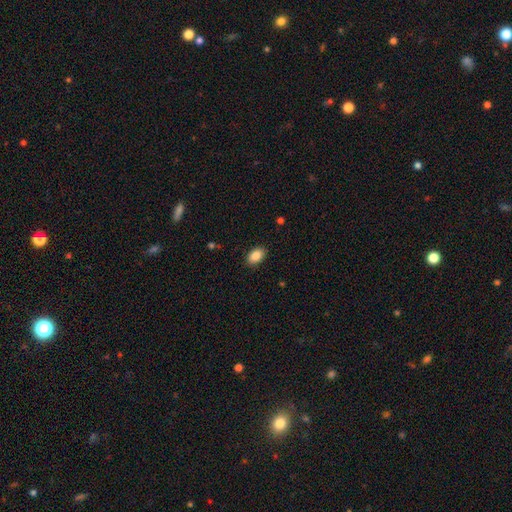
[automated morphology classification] The model was most divided on "smooth or featured": smooth: 87%, star or artifact: 8%, featured or disk: 5%. More confident: how rounded — in between (89%); merging — none (89%).